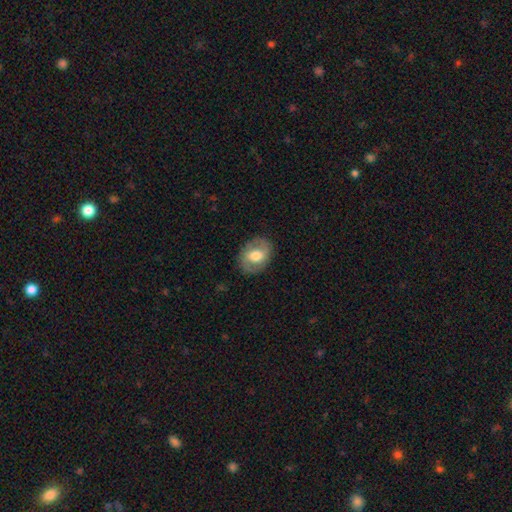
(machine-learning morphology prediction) Smooth or featured: featured or disk — 53% (smooth — 40%)
Edge-on disk: no — 95% (yes — 5%)
Bar: no — 46% (weak — 38%)
Spiral arms: yes — 63% (no — 37%)
Bulge size: moderate — 63% (large — 25%)
Merging: none — 84% (minor disturbance — 11%)